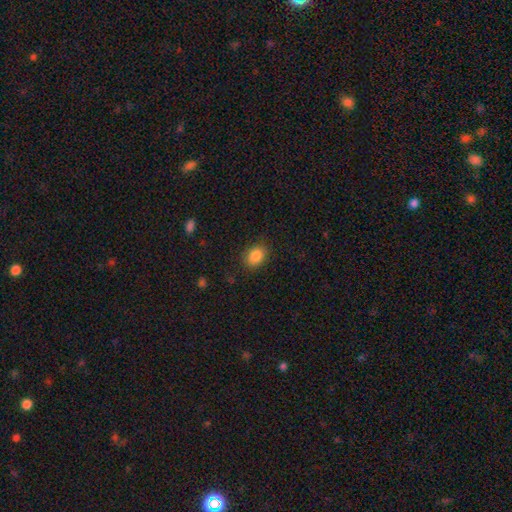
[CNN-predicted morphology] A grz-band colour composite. It shows a smooth galaxy with no disk features (86%) that is in between round and cigar-shaped (68%). Merging: none (85%).